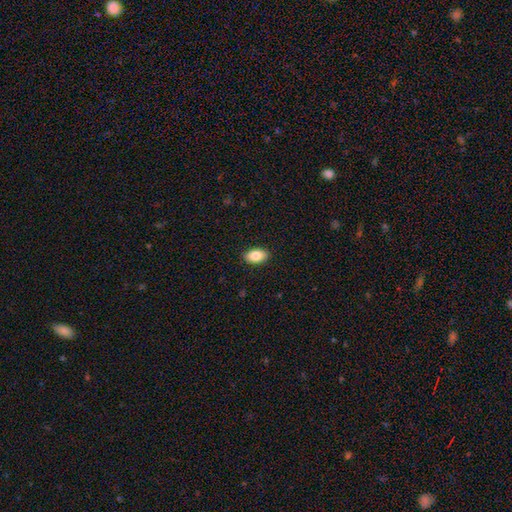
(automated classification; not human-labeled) A smooth galaxy with no disk features (84%) that is in between round and cigar-shaped (92%).

Vote fractions:
- Smooth or featured? smooth: 84% / featured or disk: 9% / star or artifact: 7%
- How rounded? in between: 92% / round: 6% / cigar-shaped: 2%
- Merging? none: 90% / minor disturbance: 8% / major disturbance: 2% / merger: 1%